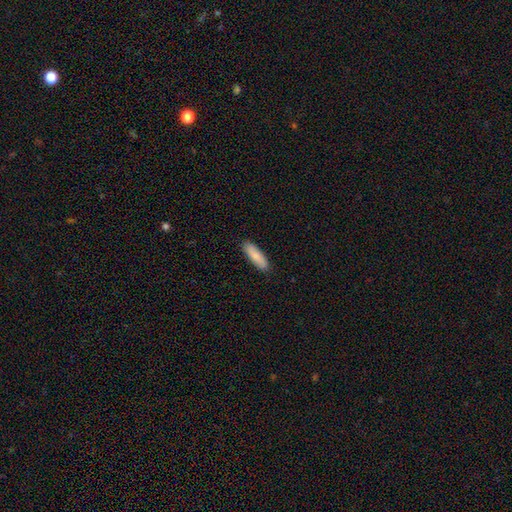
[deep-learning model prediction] The model was most divided on "how rounded": cigar-shaped: 54%, in between: 45%, round: 2%. More confident: merging — none (89%); smooth or featured — smooth (82%).